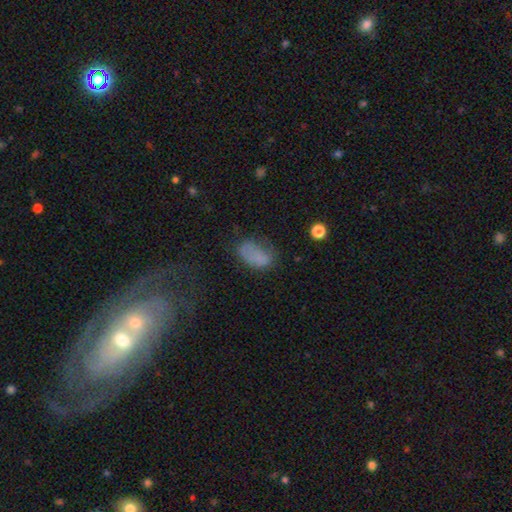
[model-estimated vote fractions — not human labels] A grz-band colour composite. It shows a smooth galaxy with no disk features (71%) that is in between round and cigar-shaped (90%). Merging: none (46%).